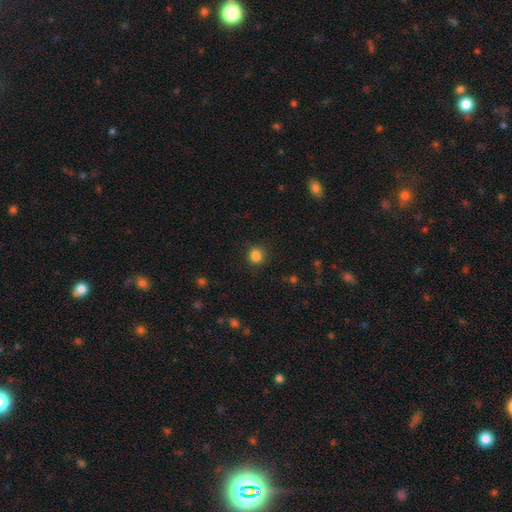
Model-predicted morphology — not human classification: smooth 85%, star or artifact 12%, featured or disk 4%. Down the decision tree: how rounded — round (82%); merging — none (86%).